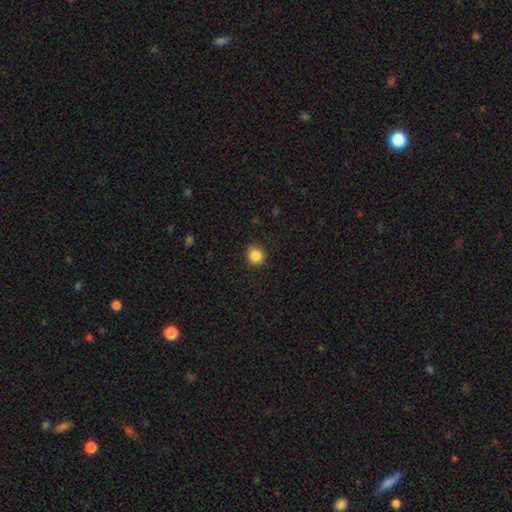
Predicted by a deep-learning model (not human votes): The model was most divided on "smooth or featured": smooth: 86%, star or artifact: 10%, featured or disk: 4%. More confident: how rounded — round (93%); merging — none (91%).